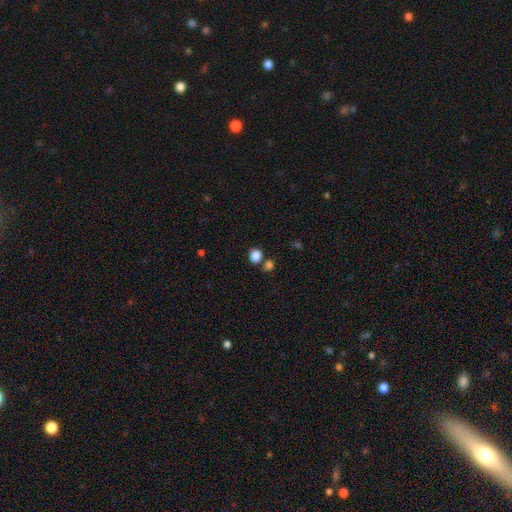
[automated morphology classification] Overall: smooth (85%). How rounded: round (65%; in between 34%). Merging: none (66%).